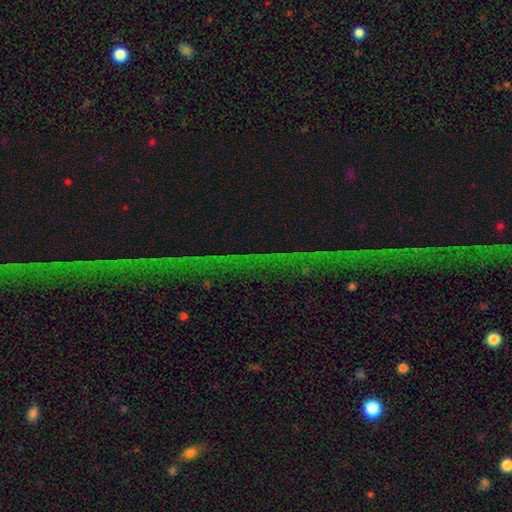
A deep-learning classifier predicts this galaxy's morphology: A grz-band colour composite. It shows a star or artifact, not a galaxy (76%).